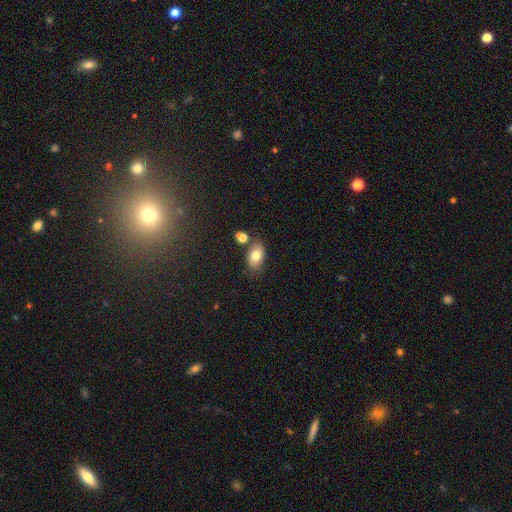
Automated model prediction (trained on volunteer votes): This is likely a smooth galaxy (79%). How rounded: clearly in between (88%). Merging: likely none (72%).